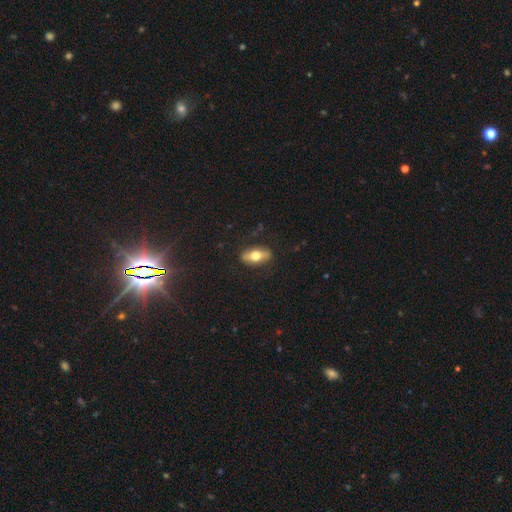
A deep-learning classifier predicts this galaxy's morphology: Smooth or featured?
  - smooth: 57% *
  - featured or disk: 36%
  - star or artifact: 7%
How rounded?
  - in between: 78% *
  - cigar-shaped: 16%
  - round: 6%
Merging?
  - none: 86% *
  - minor disturbance: 10%
  - major disturbance: 3%
  - merger: 1%